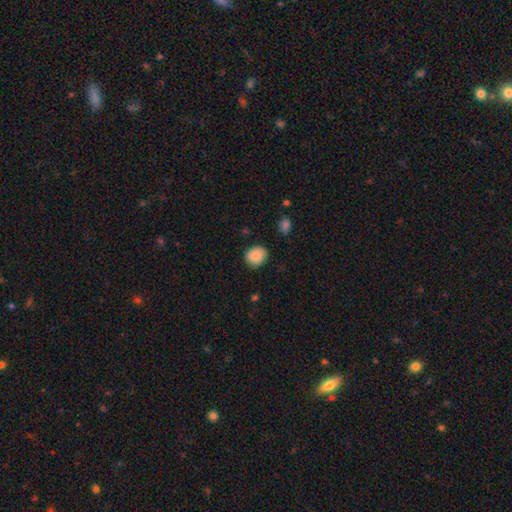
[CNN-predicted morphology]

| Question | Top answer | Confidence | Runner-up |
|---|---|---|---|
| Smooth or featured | smooth | 86% | star or artifact (8%) |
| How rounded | round | 66% | in between (33%) |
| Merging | none | 82% | minor disturbance (14%) |